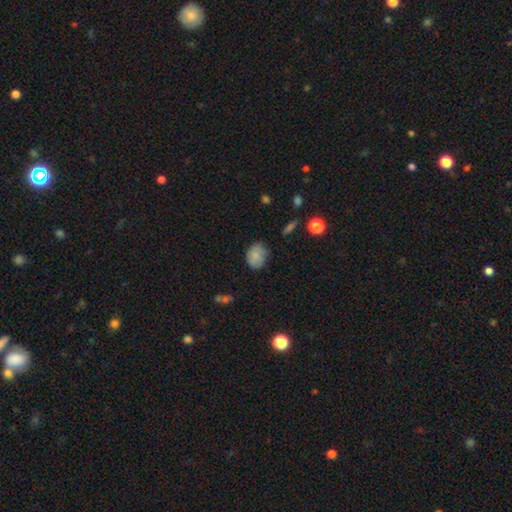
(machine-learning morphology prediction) smooth_or_featured: smooth (p=0.81) [alt: featured or disk p=0.11]
how_rounded: in between (p=0.52) [alt: round p=0.47]
merging: none (p=0.68) [alt: minor disturbance p=0.25]